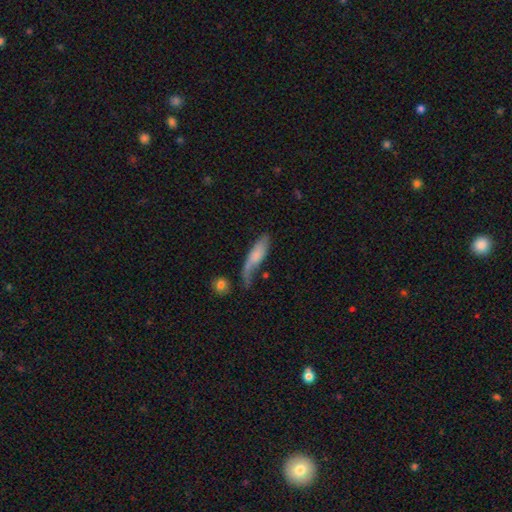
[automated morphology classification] Overall: smooth (64%; featured or disk 30%). How rounded: cigar-shaped (58%; in between 39%). Merging: none (38%; minor disturbance 31%).